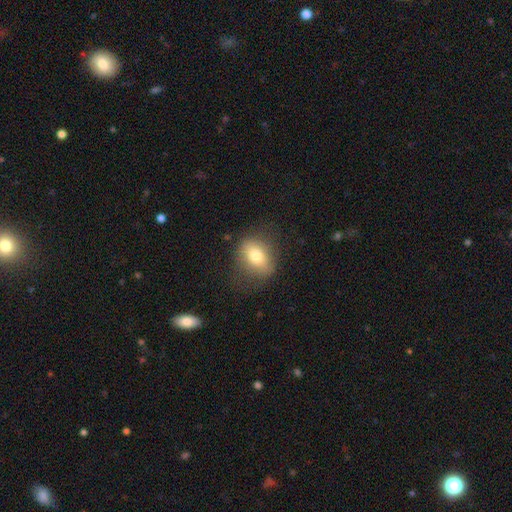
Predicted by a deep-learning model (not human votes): Smooth or featured? smooth (73%)
How rounded? in between (65%)
Merging? none (72%)